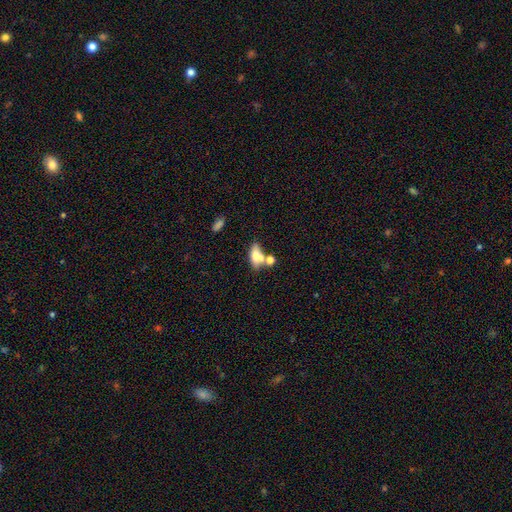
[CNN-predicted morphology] Overall: smooth (66%). How rounded: in between (78%). Merging: none (41%; merger 39%).